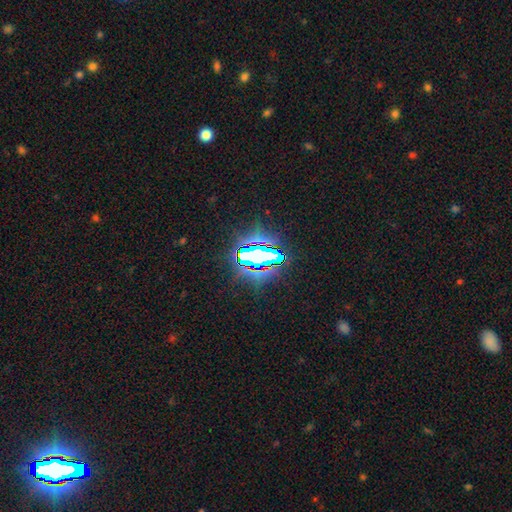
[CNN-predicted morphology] Smooth or featured?
  - star or artifact: 74% *
  - smooth: 15%
  - featured or disk: 11%